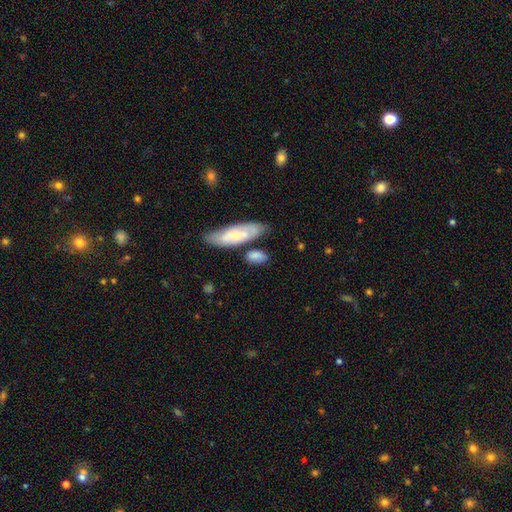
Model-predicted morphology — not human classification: Smooth or featured? Predicted: smooth (p=0.70). How rounded? Predicted: in between (p=0.70). Merging? Predicted: none (p=0.58).